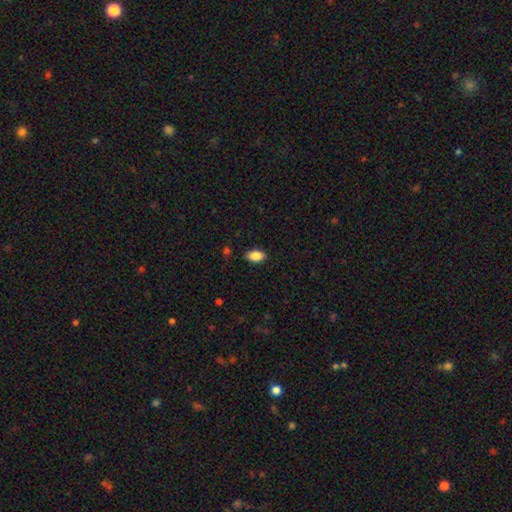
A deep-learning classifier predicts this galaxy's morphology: Overall: smooth (87%). How rounded: in between (92%). Merging: none (87%).